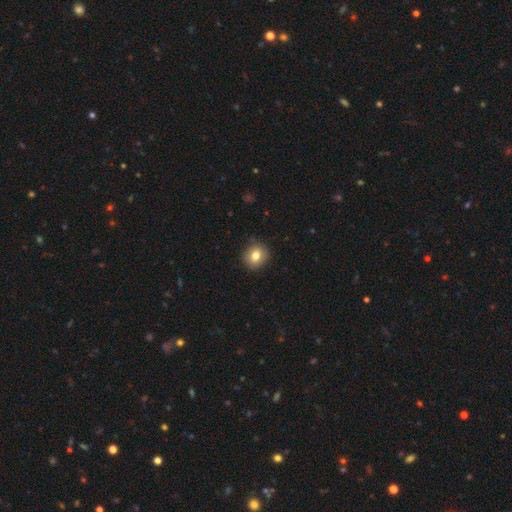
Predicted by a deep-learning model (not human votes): Overall: smooth (79%). How rounded: round (77%). Merging: none (86%).